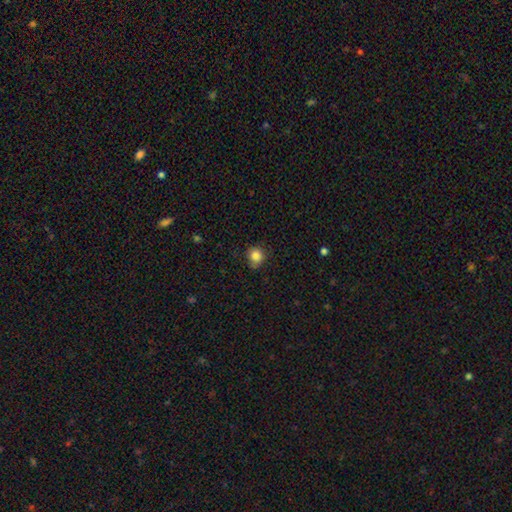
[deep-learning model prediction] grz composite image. It shows a smooth galaxy with no disk features (84%) that is round (86%). Merging: none (76%).